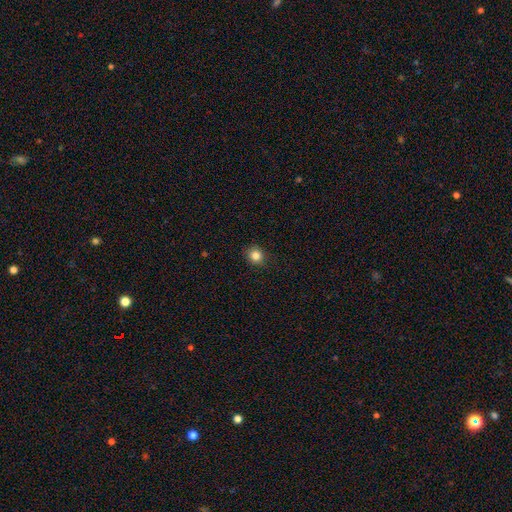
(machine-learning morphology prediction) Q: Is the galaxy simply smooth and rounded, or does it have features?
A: smooth — 84%.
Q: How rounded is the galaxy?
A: round — 83%.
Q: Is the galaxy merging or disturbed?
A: none — 88%.